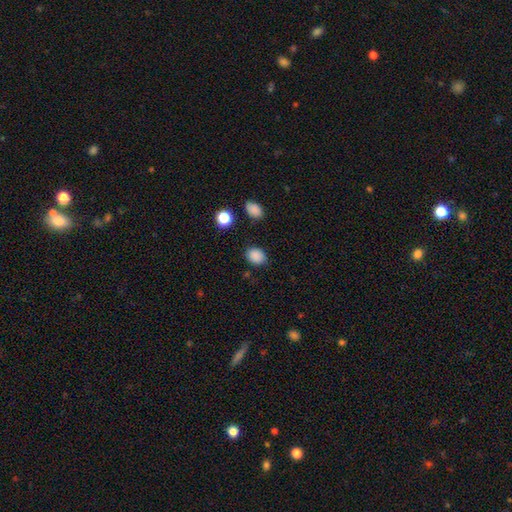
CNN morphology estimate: This is clearly a smooth galaxy (86%). How rounded: possibly in between (54%). Merging: clearly none (81%).